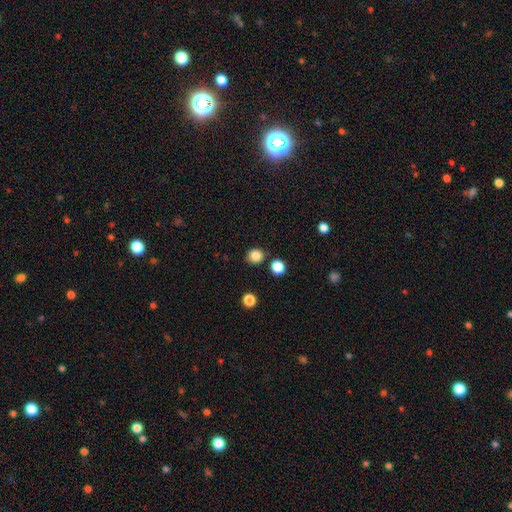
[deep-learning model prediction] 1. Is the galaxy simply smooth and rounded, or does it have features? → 85% smooth, 11% star or artifact, 4% featured or disk.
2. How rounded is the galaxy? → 84% round, 15% in between, 1% cigar-shaped.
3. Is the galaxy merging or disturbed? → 83% none, 9% minor disturbance, 5% merger, 3% major disturbance.